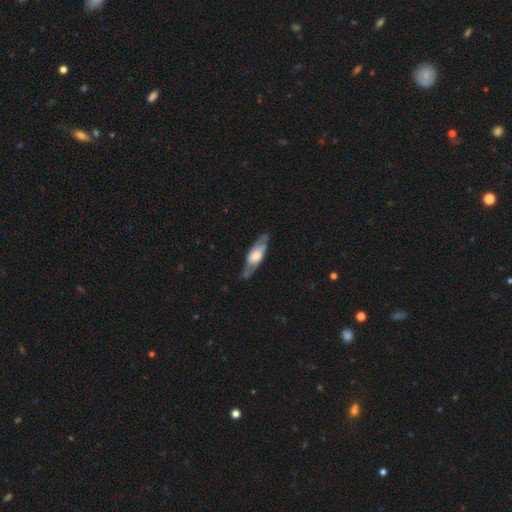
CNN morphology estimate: type=featured or disk (59%); edge-on=yes (56%); merging=none (74%).